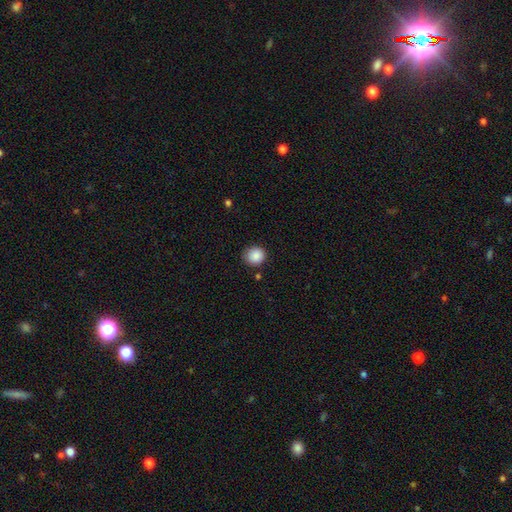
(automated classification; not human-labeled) This is clearly a smooth galaxy (87%). How rounded: clearly round (86%). Merging: clearly none (83%).